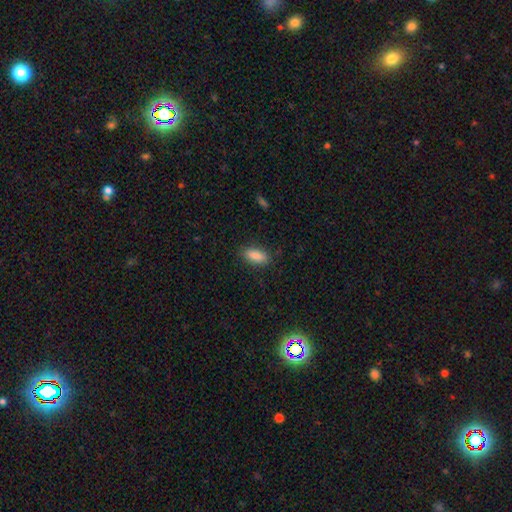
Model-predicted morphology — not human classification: smooth-or-featured: smooth: 88% | star or artifact: 7% | featured or disk: 5%
  how-rounded: in between: 80% | cigar-shaped: 17% | round: 2%
  merging: none: 86% | minor disturbance: 10% | major disturbance: 3% | merger: 1%